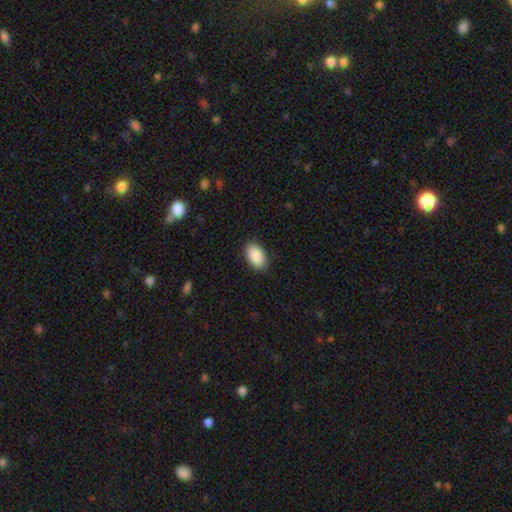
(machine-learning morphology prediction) A smooth galaxy with no disk features (89%) that is in between round and cigar-shaped (94%).

Vote fractions:
- Smooth or featured? smooth: 89% / star or artifact: 6% / featured or disk: 4%
- How rounded? in between: 94% / round: 5% / cigar-shaped: 1%
- Merging? none: 88% / minor disturbance: 9% / major disturbance: 2% / merger: 1%